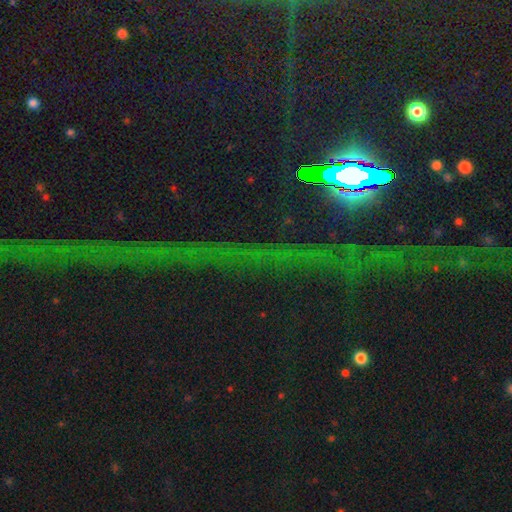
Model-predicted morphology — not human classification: star or artifact 84%, featured or disk 9%, smooth 6%.